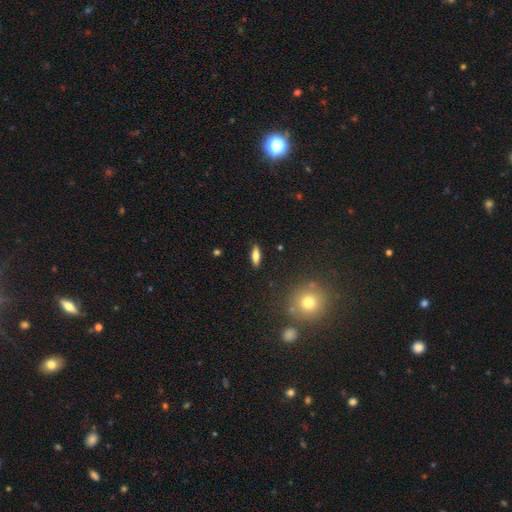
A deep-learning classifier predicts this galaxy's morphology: Smooth or featured? Predicted: smooth (p=0.69). How rounded? Predicted: in between (p=0.61). Merging? Predicted: none (p=0.87).